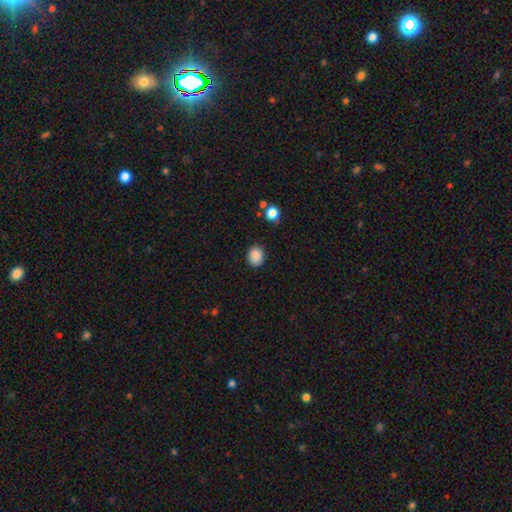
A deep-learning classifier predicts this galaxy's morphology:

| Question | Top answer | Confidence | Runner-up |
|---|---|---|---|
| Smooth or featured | smooth | 87% | star or artifact (9%) |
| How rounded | round | 65% | in between (34%) |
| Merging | none | 86% | minor disturbance (10%) |